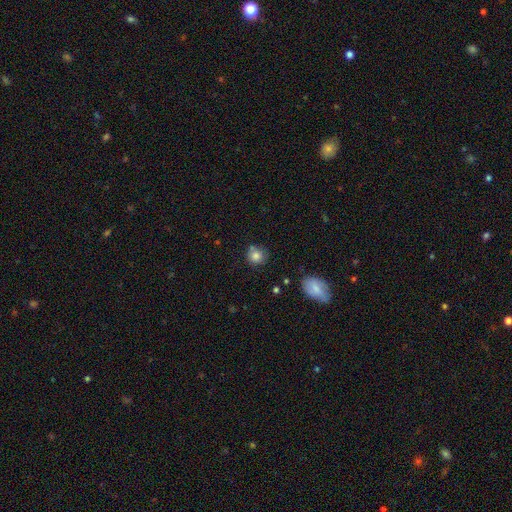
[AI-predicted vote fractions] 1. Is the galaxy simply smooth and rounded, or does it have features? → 81% smooth, 10% star or artifact, 8% featured or disk.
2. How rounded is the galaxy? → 87% round, 12% in between, 1% cigar-shaped.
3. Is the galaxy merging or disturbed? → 69% none, 16% minor disturbance, 11% merger, 4% major disturbance.